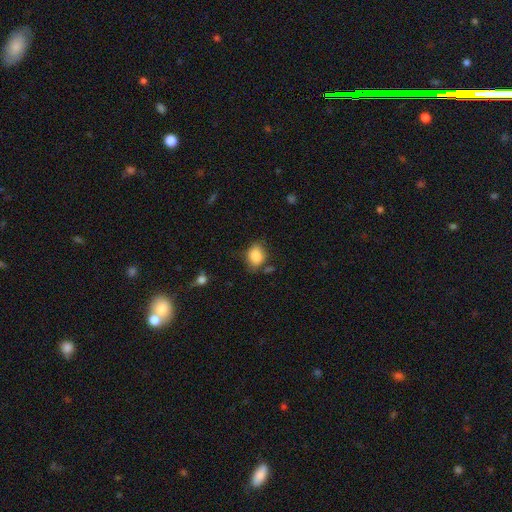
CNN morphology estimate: The model was most divided on "how rounded": in between: 58%, round: 40%, cigar-shaped: 1%. More confident: smooth or featured — smooth (84%); merging — none (64%).